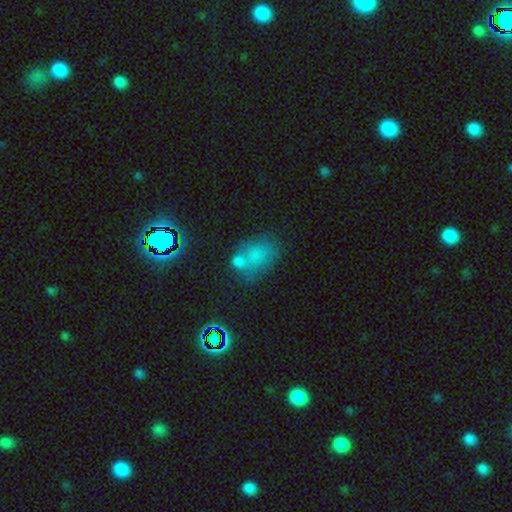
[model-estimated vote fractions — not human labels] Morphology: type=smooth (66%); roundness=in between (68%); merging=none (39%).